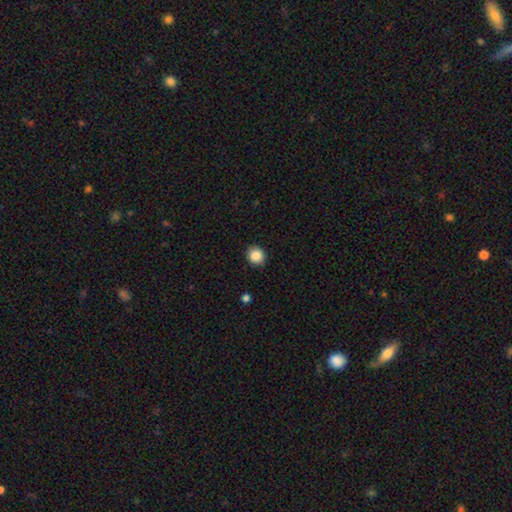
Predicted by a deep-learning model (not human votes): A smooth galaxy with no disk features (87%) that is round (78%). Merging: none (88%).